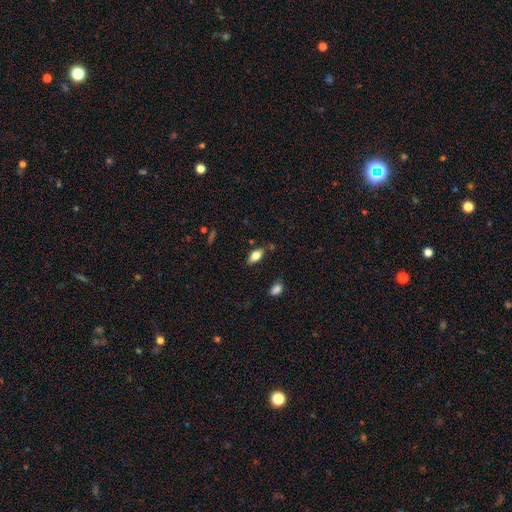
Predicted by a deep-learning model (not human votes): Morphology: type=smooth (75%); roundness=in between (87%); merging=none (75%).